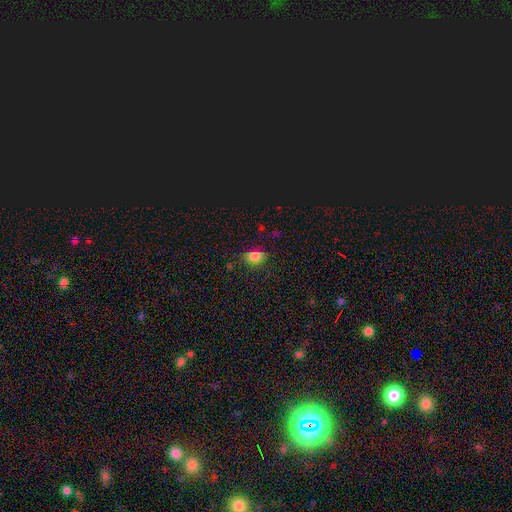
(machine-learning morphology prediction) The model was most divided on "how rounded": in between: 73%, round: 25%, cigar-shaped: 2%. More confident: smooth or featured — smooth (79%); merging — none (75%).